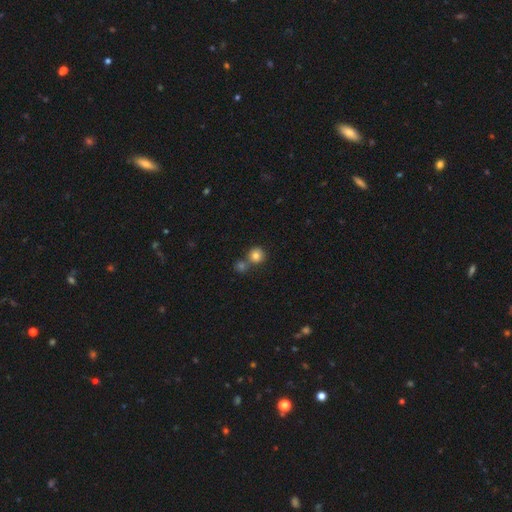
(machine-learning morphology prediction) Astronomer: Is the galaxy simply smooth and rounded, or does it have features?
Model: smooth — 81%.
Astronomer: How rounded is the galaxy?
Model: round — 91%.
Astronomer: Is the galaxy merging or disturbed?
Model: none — 61%.